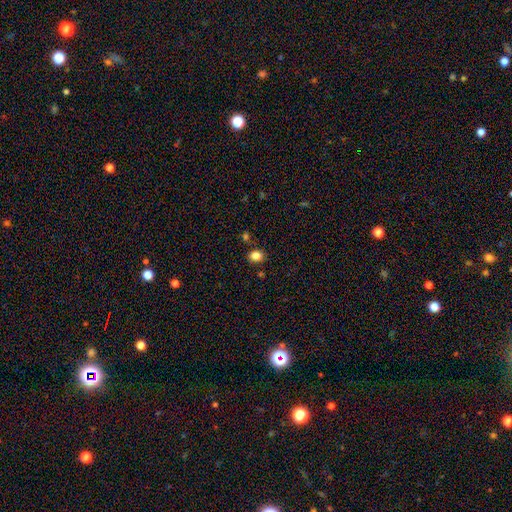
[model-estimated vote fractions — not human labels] This appears to be a smooth galaxy with no disk features (84%) that is round (51%). Merging: none (84%).